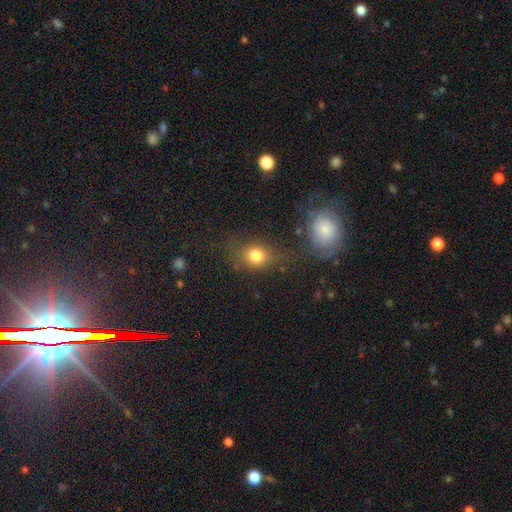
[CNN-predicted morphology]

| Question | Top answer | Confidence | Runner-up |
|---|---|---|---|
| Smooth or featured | smooth | 76% | star or artifact (14%) |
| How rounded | round | 62% | in between (36%) |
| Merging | none | 64% | minor disturbance (15%) |